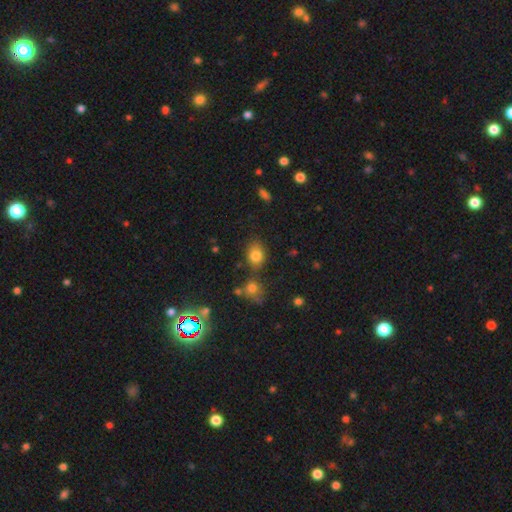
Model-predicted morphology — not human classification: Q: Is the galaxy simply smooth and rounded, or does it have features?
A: smooth — 80%.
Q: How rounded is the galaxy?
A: in between — 57%.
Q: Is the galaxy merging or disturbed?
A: none — 70%.